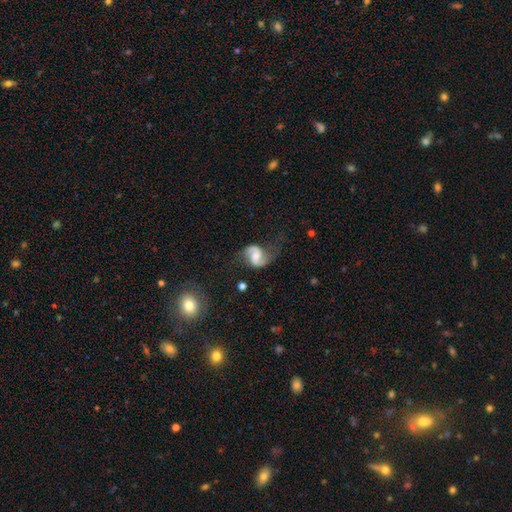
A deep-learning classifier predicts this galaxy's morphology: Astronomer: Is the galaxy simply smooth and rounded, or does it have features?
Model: featured or disk — 84%.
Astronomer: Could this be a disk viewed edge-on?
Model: no — 98%.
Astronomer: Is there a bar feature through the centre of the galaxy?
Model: weak — 46% (runner-up: no, 37%).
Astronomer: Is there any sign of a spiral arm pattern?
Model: yes — 96%.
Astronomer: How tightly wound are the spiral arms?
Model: loose — 55% (runner-up: medium, 37%).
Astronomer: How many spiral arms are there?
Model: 2 — 92%.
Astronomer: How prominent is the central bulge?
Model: moderate — 43% (runner-up: small, 30%).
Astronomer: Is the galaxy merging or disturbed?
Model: none — 65%.